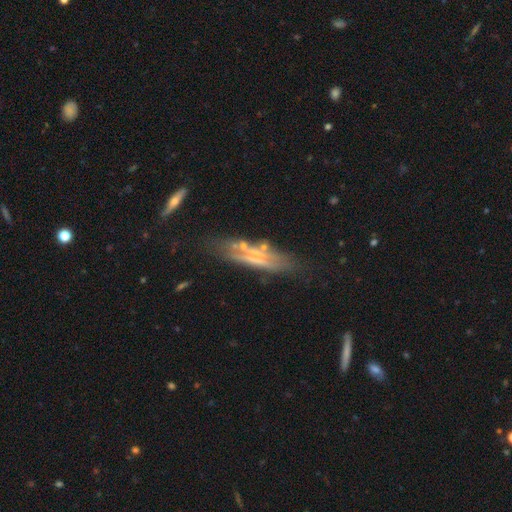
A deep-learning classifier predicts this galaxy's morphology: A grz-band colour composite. It shows a featured or disk galaxy (59%) viewed edge-on (68%). Merging: none (59%).